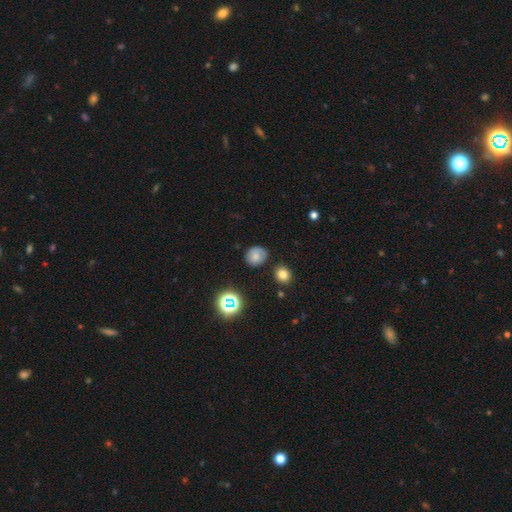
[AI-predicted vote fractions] A smooth galaxy with no disk features (71%) that is round (74%).

Vote fractions:
- Smooth or featured? smooth: 71% / star or artifact: 15% / featured or disk: 14%
- How rounded? round: 74% / in between: 25% / cigar-shaped: 1%
- Merging? none: 75% / minor disturbance: 18% / major disturbance: 5% / merger: 3%